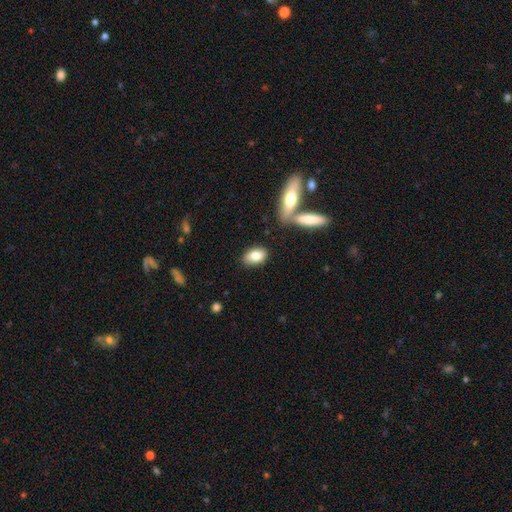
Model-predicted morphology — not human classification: Smooth or featured? Predicted: smooth (p=0.81). How rounded? Predicted: in between (p=0.89). Merging? Predicted: none (p=0.80).